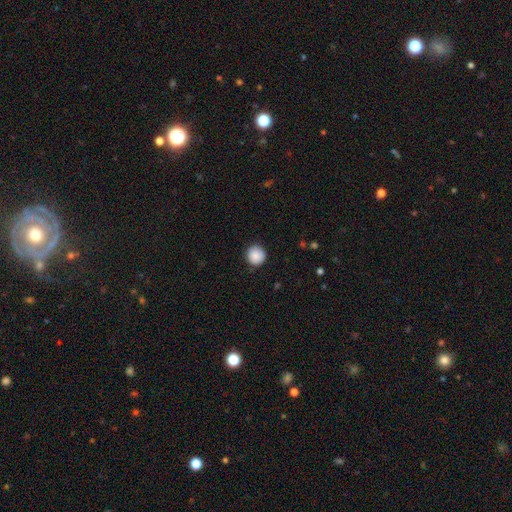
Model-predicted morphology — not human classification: Q: Smooth or featured?
A: smooth (88%); runner-up: star or artifact (8%)
Q: How rounded?
A: round (94%); runner-up: in between (5%)
Q: Merging?
A: none (90%); runner-up: minor disturbance (8%)